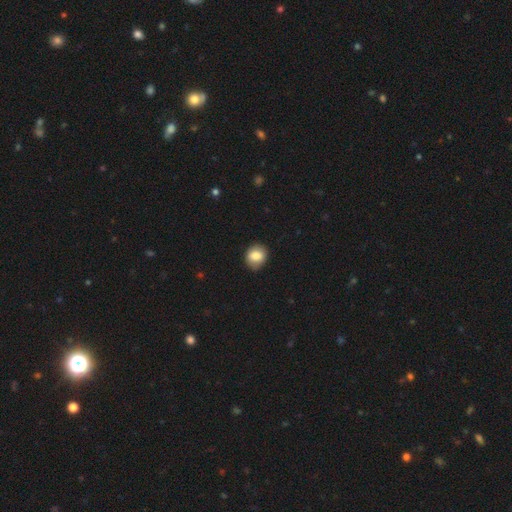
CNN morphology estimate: Q: Smooth or featured?
A: smooth (82%); runner-up: featured or disk (10%)
Q: How rounded?
A: round (66%); runner-up: in between (33%)
Q: Merging?
A: none (82%); runner-up: minor disturbance (14%)